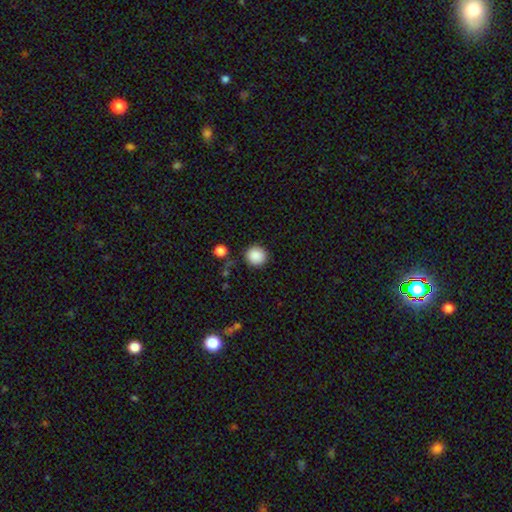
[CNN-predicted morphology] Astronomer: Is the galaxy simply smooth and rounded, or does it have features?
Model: smooth — 88%.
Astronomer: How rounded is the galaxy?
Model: round — 92%.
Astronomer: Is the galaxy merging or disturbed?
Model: none — 86%.